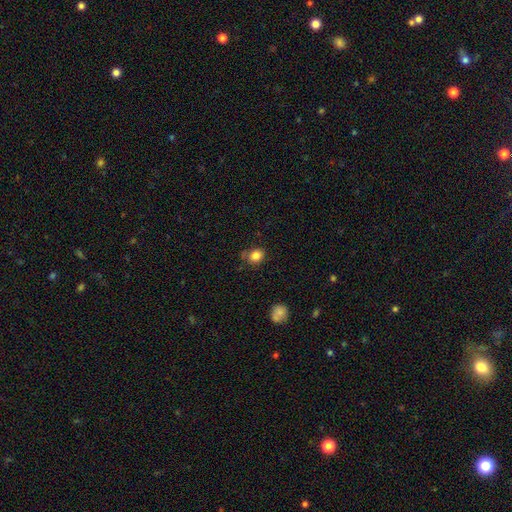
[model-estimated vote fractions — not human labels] A smooth galaxy with no disk features (84%) that is round (62%). Merging: none (71%).